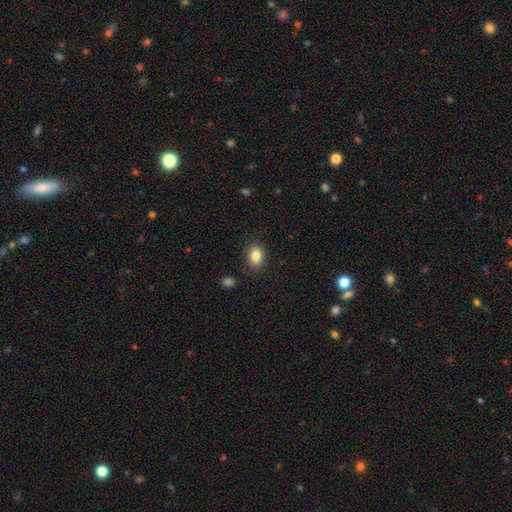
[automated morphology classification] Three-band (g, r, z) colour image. It shows a smooth galaxy with no disk features (85%) that is in between round and cigar-shaped (77%). Merging: none (86%).